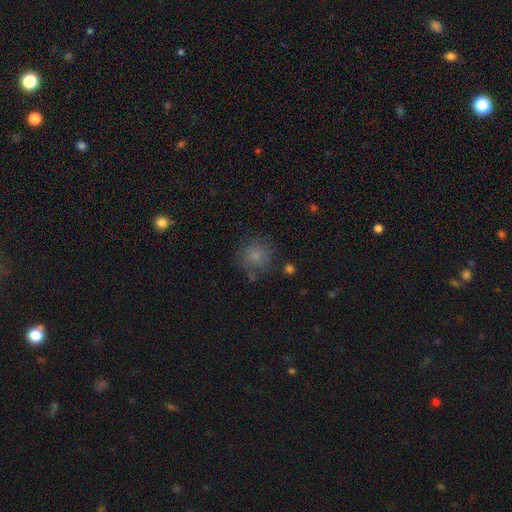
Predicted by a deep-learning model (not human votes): A smooth galaxy with no disk features (79%) that is round (90%).

Vote fractions:
- Smooth or featured? smooth: 79% / star or artifact: 12% / featured or disk: 9%
- How rounded? round: 90% / in between: 9% / cigar-shaped: 1%
- Merging? none: 74% / minor disturbance: 16% / major disturbance: 6% / merger: 4%